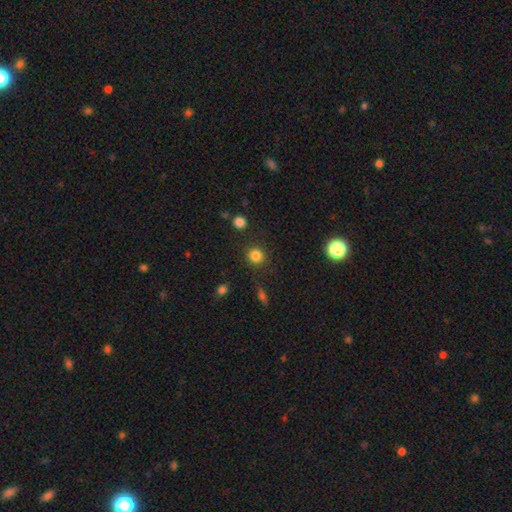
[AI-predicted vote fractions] A smooth galaxy with no disk features (84%) that is round (92%). Merging: none (88%).